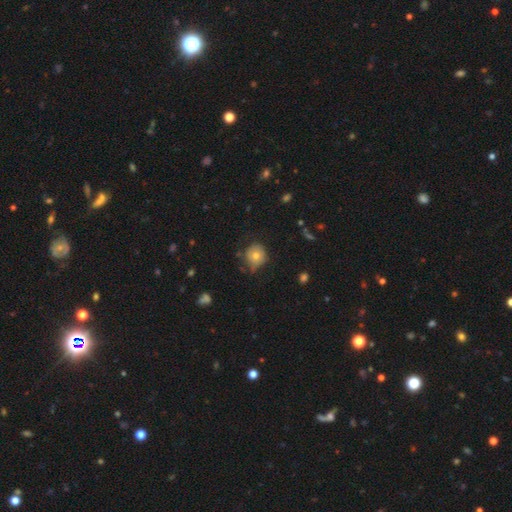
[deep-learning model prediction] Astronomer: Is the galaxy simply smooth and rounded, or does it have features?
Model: smooth — 73%.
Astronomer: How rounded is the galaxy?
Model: round — 84%.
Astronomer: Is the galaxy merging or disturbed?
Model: none — 60%.